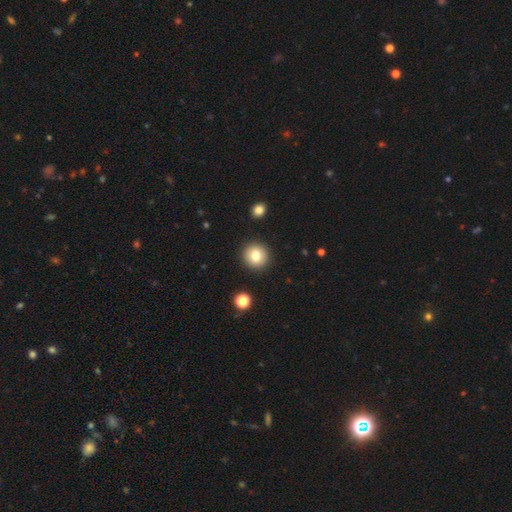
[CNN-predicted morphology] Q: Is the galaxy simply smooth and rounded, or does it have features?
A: smooth — 79%.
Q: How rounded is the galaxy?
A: round — 92%.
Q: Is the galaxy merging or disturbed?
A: none — 90%.